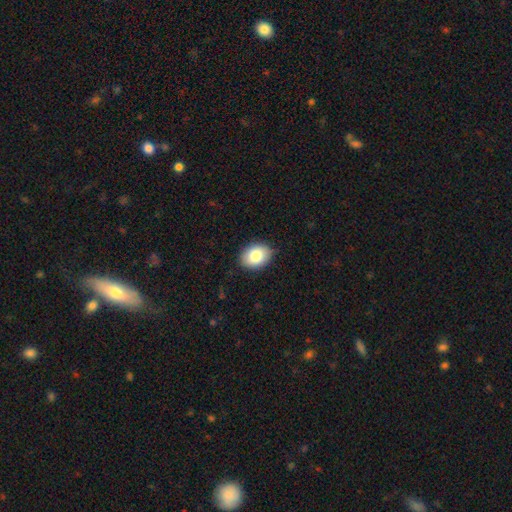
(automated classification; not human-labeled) Smooth or featured? smooth (84%)
How rounded? in between (74%)
Merging? none (87%)